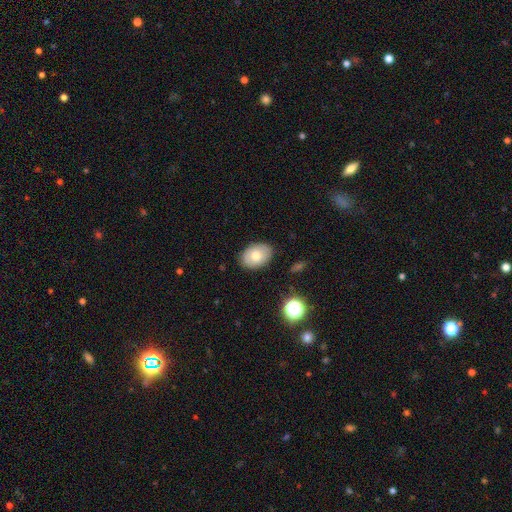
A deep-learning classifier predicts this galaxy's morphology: Smooth or featured? smooth (71%)
How rounded? in between (80%)
Merging? none (85%)